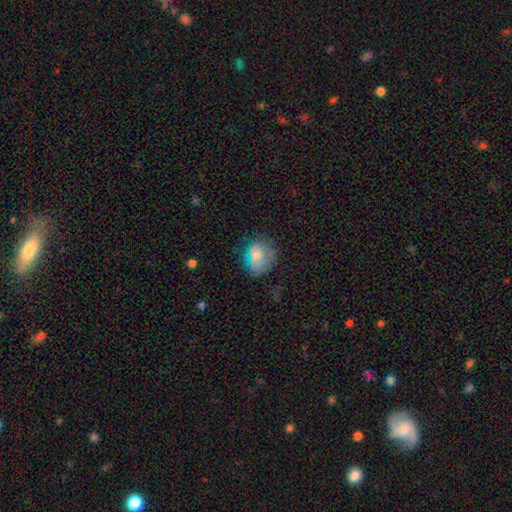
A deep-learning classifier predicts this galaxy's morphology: Smooth or featured?
  - smooth: 68% *
  - featured or disk: 21%
  - star or artifact: 11%
How rounded?
  - round: 67% *
  - in between: 32%
  - cigar-shaped: 1%
Merging?
  - none: 58% *
  - minor disturbance: 26%
  - major disturbance: 14%
  - merger: 3%